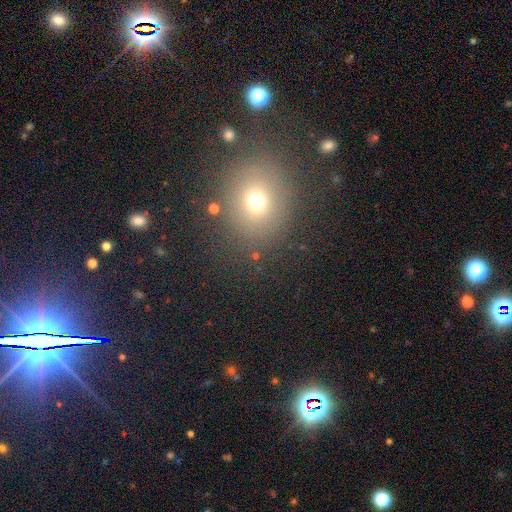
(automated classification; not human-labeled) Smooth or featured? smooth (62%)
How rounded? round (75%)
Merging? none (81%)